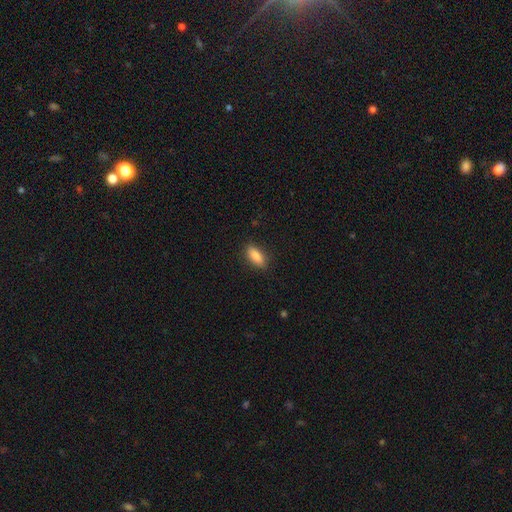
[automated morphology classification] smooth 86%, star or artifact 7%, featured or disk 7%. Down the decision tree: how rounded — in between (79%); merging — none (86%).